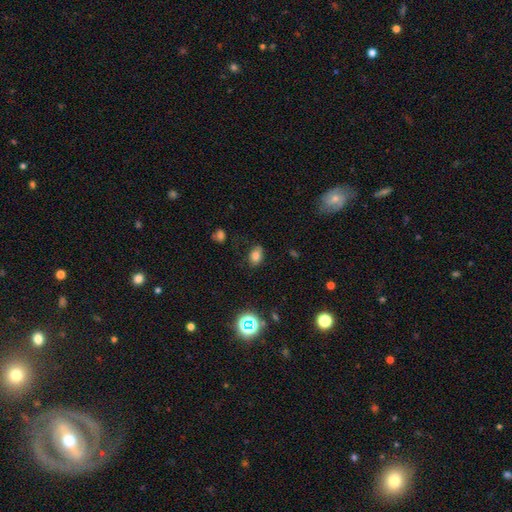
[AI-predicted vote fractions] smooth 76%, star or artifact 15%, featured or disk 8%. Down the decision tree: how rounded — in between (81%); merging — none (69%).